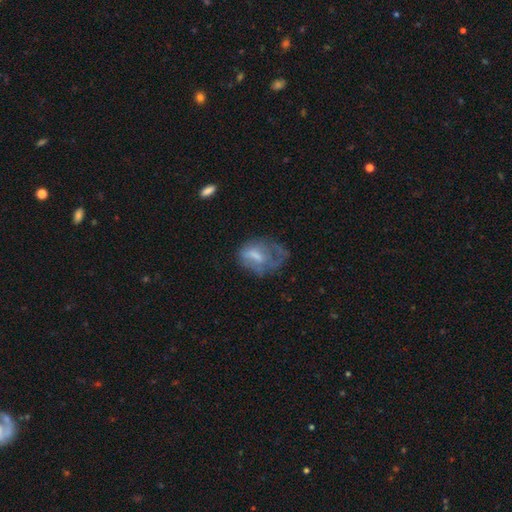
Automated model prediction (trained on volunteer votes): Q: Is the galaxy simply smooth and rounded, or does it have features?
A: smooth — 46%.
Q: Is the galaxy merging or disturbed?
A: major disturbance — 41%.